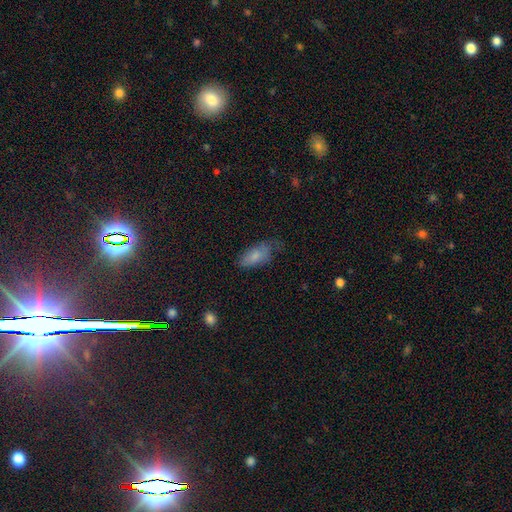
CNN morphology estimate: Smooth or featured?
  - smooth: 77% *
  - featured or disk: 16%
  - star or artifact: 7%
How rounded?
  - in between: 88% *
  - cigar-shaped: 9%
  - round: 3%
Merging?
  - none: 50% *
  - minor disturbance: 35%
  - major disturbance: 14%
  - merger: 2%